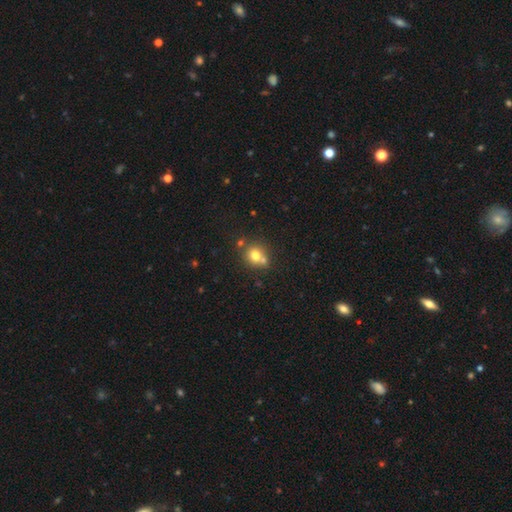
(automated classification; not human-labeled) The model was most divided on "merging": none: 55%, merger: 31%, minor disturbance: 11%, major disturbance: 4%. More confident: how rounded — round (79%); smooth or featured — smooth (73%).